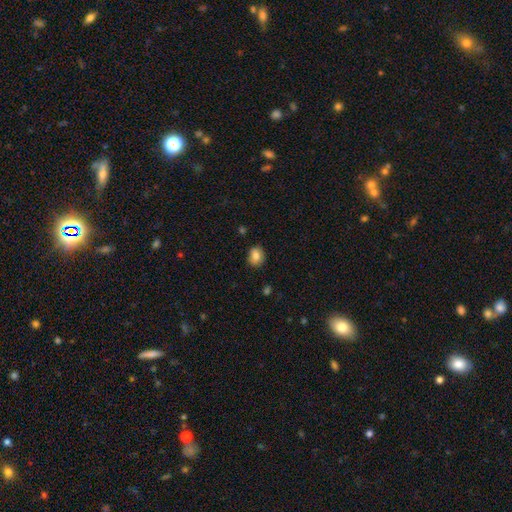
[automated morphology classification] smooth 81%, featured or disk 9%, star or artifact 9%. Down the decision tree: how rounded — round (56%); merging — none (83%).